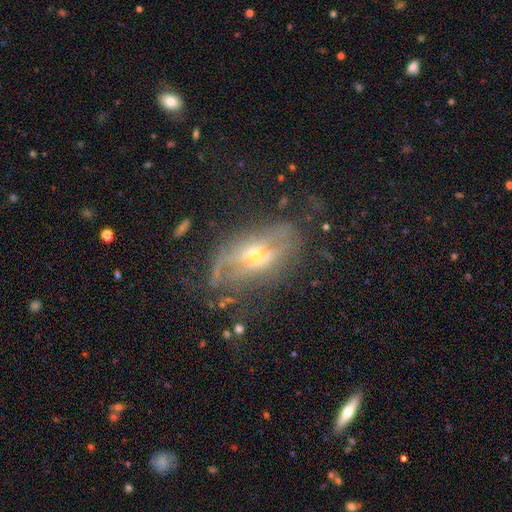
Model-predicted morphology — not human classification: This appears to be a featured or disk galaxy (74%). Merging: none (54%).